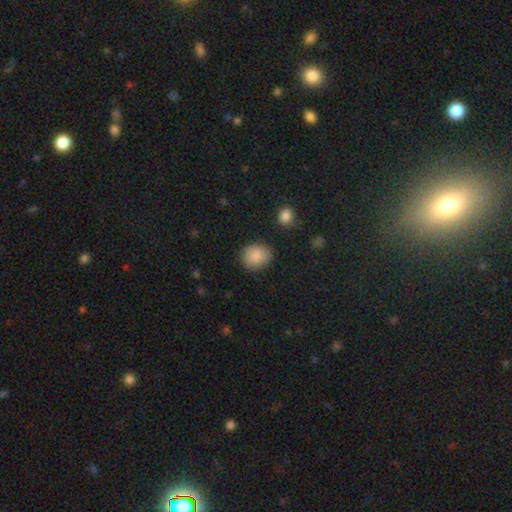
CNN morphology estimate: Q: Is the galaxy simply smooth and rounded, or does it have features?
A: smooth — 88%.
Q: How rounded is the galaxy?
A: round — 69%.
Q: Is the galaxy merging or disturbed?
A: none — 83%.